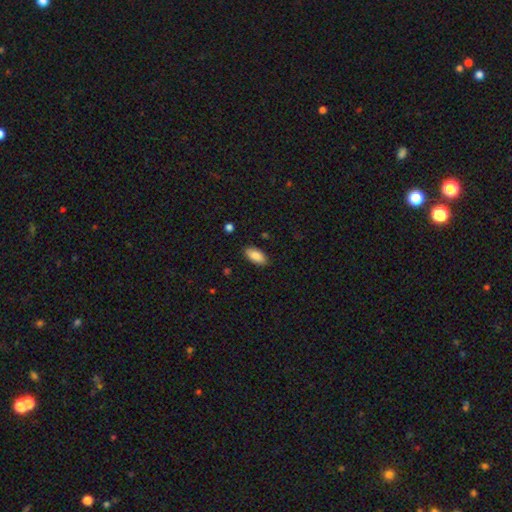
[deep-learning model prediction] smooth 87%, star or artifact 7%, featured or disk 6%. Down the decision tree: how rounded — in between (92%); merging — none (88%).